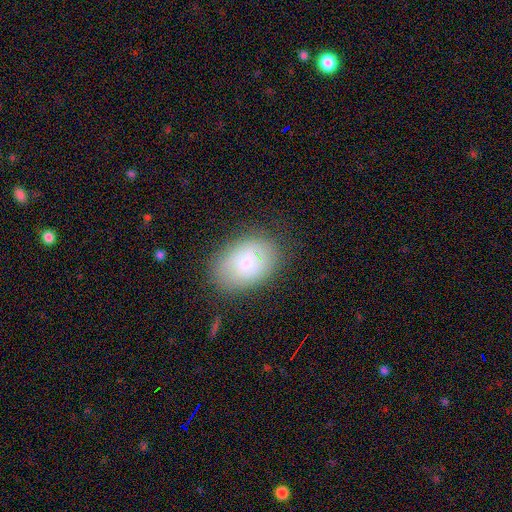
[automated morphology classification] Smooth or featured: smooth — 66% (featured or disk — 21%)
How rounded: in between — 74% (round — 25%)
Merging: none — 73% (minor disturbance — 17%)